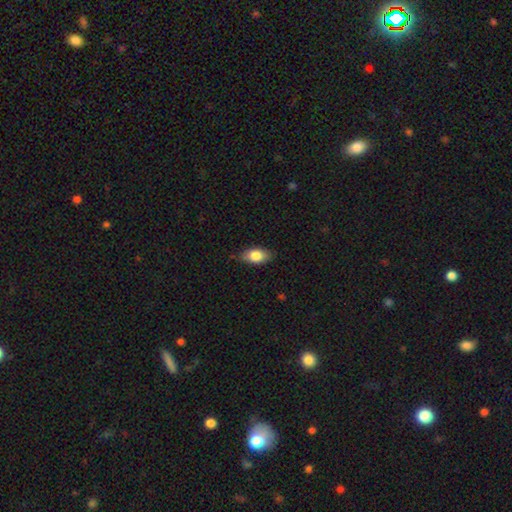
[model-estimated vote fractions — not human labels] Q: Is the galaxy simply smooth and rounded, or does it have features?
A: smooth — 80%.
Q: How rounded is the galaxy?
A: in between — 91%.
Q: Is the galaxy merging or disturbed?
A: none — 82%.